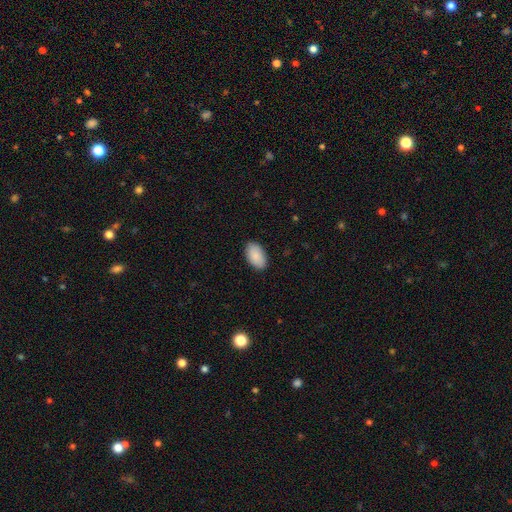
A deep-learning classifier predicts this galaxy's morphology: smooth_or_featured: smooth (p=0.90) [alt: star or artifact p=0.06]
how_rounded: in between (p=0.95) [alt: round p=0.04]
merging: none (p=0.88) [alt: minor disturbance p=0.09]